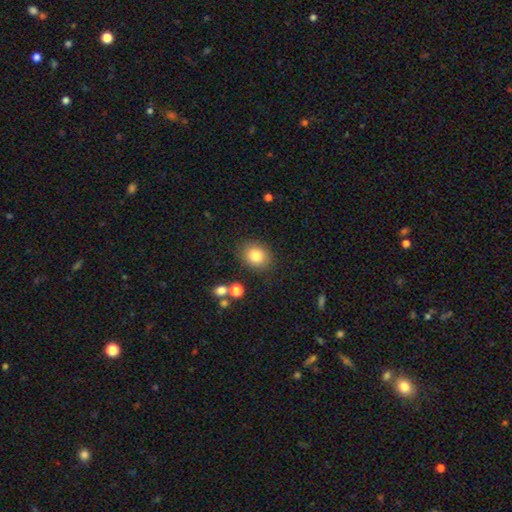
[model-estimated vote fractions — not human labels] Morphology: type=smooth (82%); roundness=round (62%); merging=none (84%).